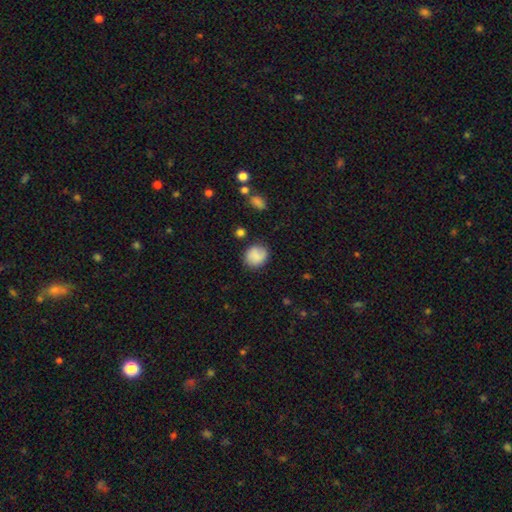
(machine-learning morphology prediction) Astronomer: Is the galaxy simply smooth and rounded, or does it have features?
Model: smooth — 78%.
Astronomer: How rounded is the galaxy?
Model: round — 78%.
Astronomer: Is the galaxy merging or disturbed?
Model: none — 77%.